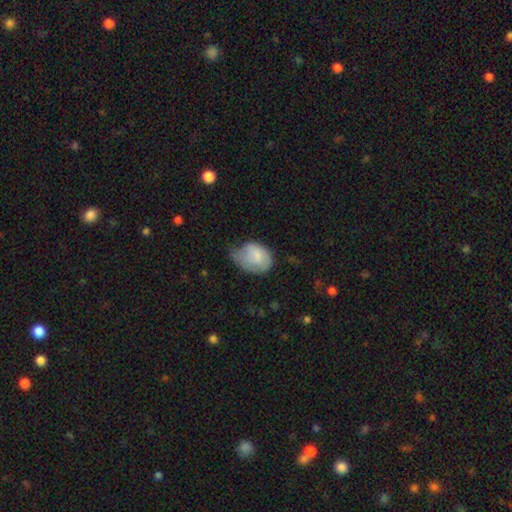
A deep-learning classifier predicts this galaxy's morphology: Smooth or featured? smooth (74%)
How rounded? in between (66%)
Merging? minor disturbance (48%)